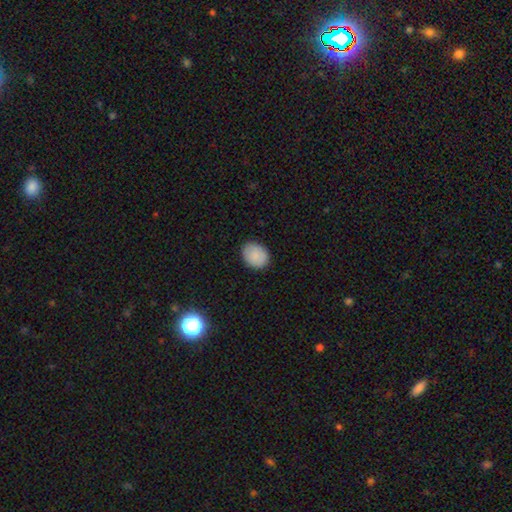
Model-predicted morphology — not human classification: Overall: smooth (88%). How rounded: round (55%; in between 44%). Merging: none (87%).